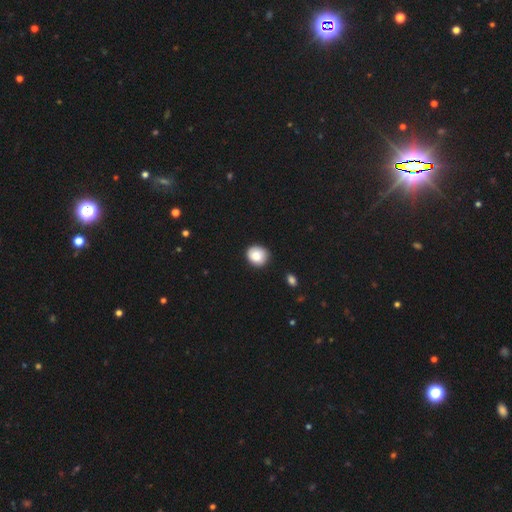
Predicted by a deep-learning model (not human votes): This appears to be a smooth galaxy with no disk features (85%) that is round (78%). Merging: none (82%).